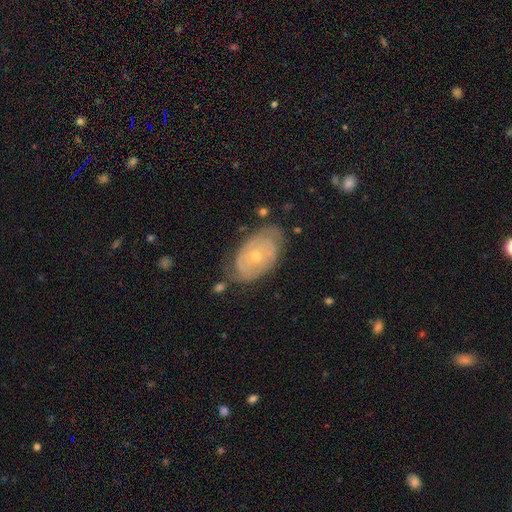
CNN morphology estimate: featured or disk 69%, smooth 24%, star or artifact 7%. Down the decision tree: edge-on disk — no (94%); bar — no (81%); spiral arms — yes (74%); bulge size — small (56%); merging — none (64%).